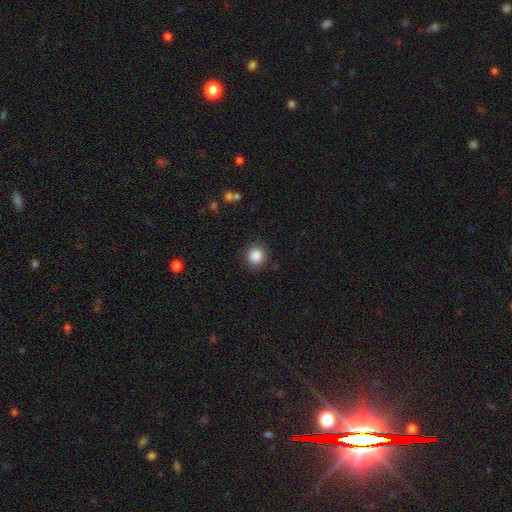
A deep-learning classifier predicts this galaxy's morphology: This appears to be a smooth galaxy with no disk features (86%) that is round (85%). Merging: none (87%).